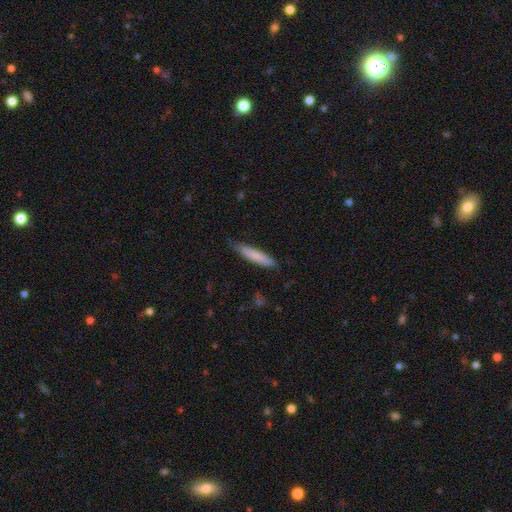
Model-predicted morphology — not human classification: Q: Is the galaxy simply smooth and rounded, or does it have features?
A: smooth — 76%.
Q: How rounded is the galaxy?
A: cigar-shaped — 88%.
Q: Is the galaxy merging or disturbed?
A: none — 70%.